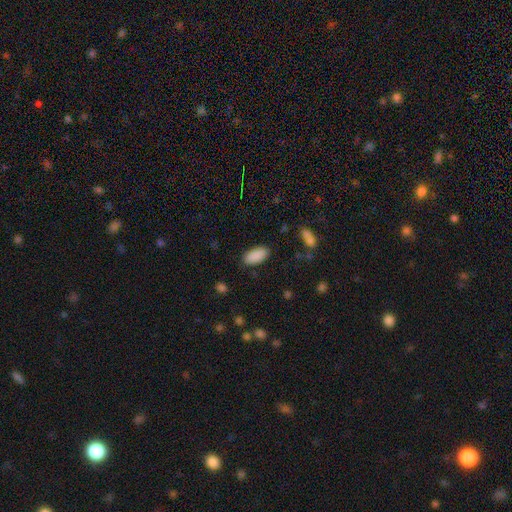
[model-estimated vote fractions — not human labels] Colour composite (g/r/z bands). It shows a smooth galaxy with no disk features (90%) that is in between round and cigar-shaped (91%). Merging: none (88%).